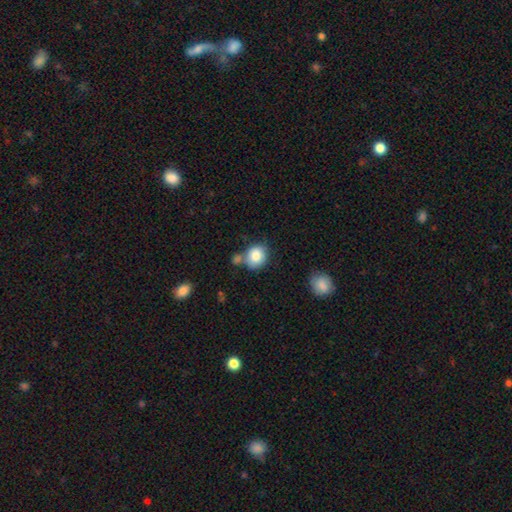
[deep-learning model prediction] smooth-or-featured: smooth: 82% | featured or disk: 9% | star or artifact: 9%
  how-rounded: round: 72% | in between: 27% | cigar-shaped: 1%
  merging: none: 60% | merger: 19% | minor disturbance: 16% | major disturbance: 5%